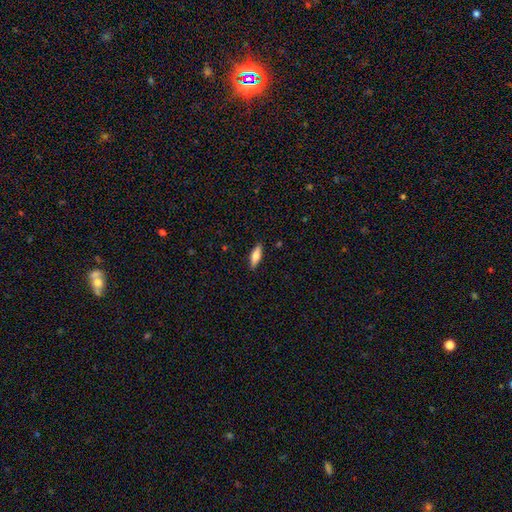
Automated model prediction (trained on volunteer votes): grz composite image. It shows a smooth galaxy with no disk features (63%) that is in between round and cigar-shaped (53%). Merging: none (89%).